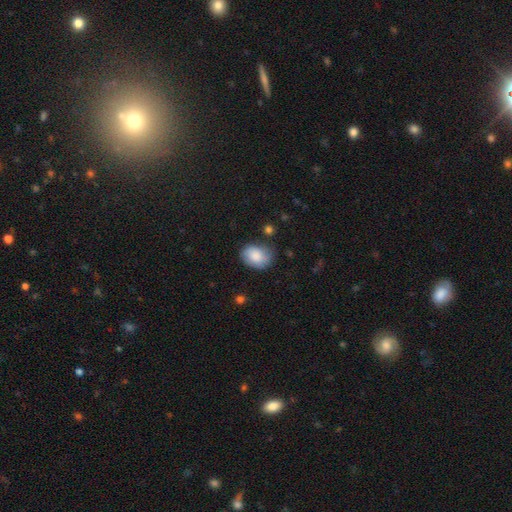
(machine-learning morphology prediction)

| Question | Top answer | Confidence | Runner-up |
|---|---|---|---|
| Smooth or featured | smooth | 81% | featured or disk (12%) |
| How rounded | in between | 64% | round (35%) |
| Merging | none | 65% | minor disturbance (26%) |